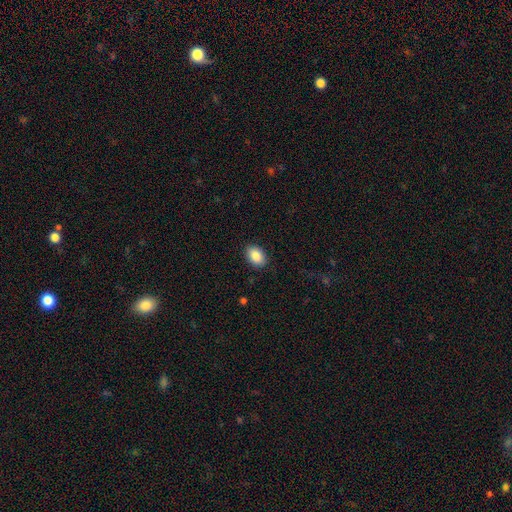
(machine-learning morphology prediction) Smooth or featured? Predicted: smooth (p=0.87). How rounded? Predicted: in between (p=0.84). Merging? Predicted: none (p=0.88).